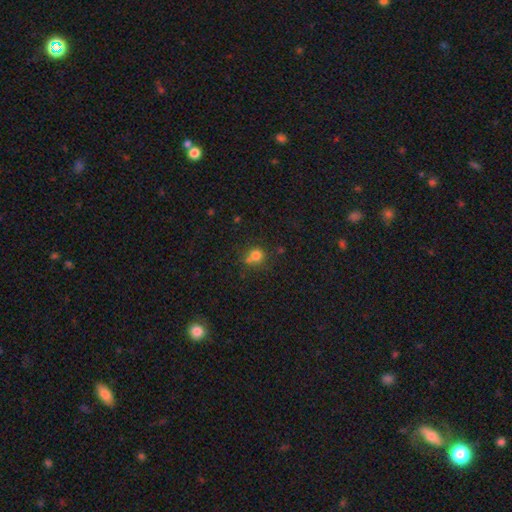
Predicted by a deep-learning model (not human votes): A smooth galaxy with no disk features (77%) that is round (83%). Merging: none (54%).